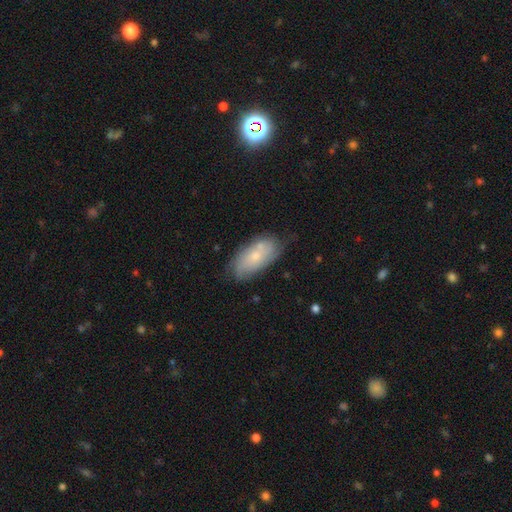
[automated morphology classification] This appears to be a smooth galaxy with no disk features (57%) that is in between round and cigar-shaped (89%). Merging: none (62%).